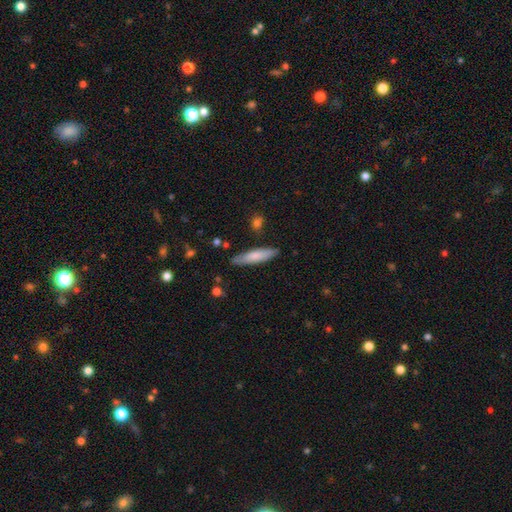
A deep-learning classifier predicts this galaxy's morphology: Q: Smooth or featured?
A: smooth (73%); runner-up: featured or disk (21%)
Q: How rounded?
A: cigar-shaped (80%); runner-up: in between (19%)
Q: Merging?
A: none (84%); runner-up: minor disturbance (12%)